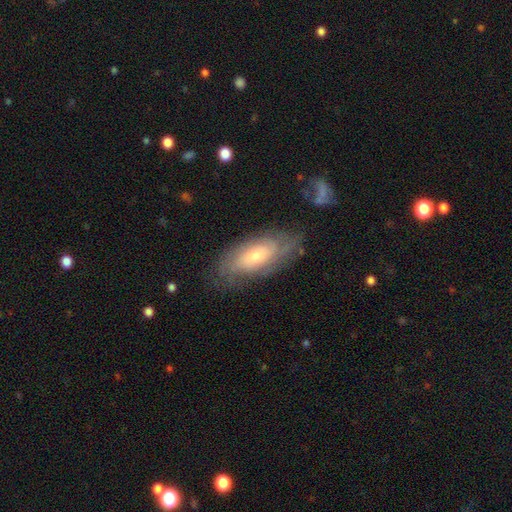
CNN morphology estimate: Smooth or featured: featured or disk — 56% (smooth — 37%)
Edge-on disk: no — 86% (yes — 14%)
Merging: none — 71% (minor disturbance — 19%)